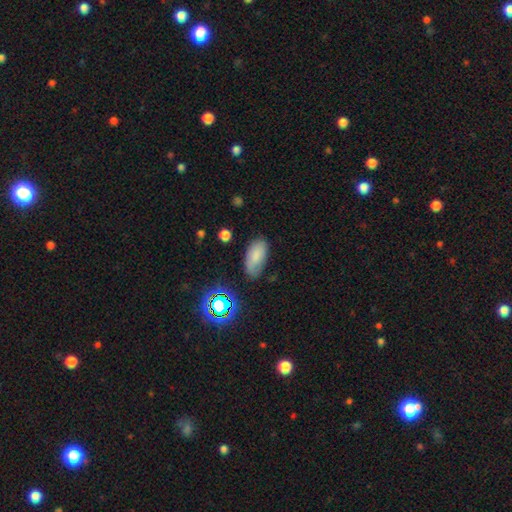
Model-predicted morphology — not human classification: Smooth or featured?
  - smooth: 76% *
  - star or artifact: 12%
  - featured or disk: 12%
How rounded?
  - in between: 92% *
  - cigar-shaped: 4%
  - round: 4%
Merging?
  - none: 69% *
  - minor disturbance: 23%
  - major disturbance: 6%
  - merger: 2%